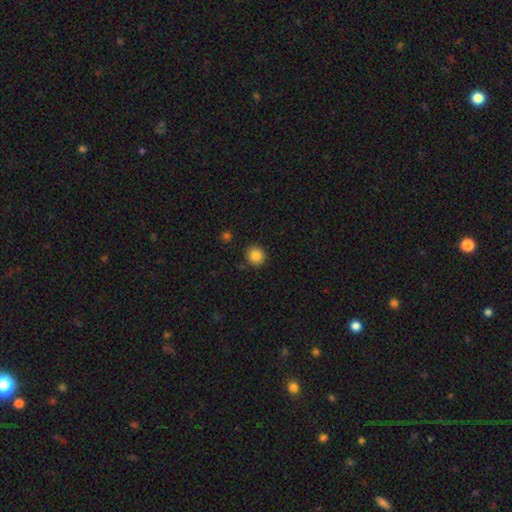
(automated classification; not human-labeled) Smooth or featured: smooth — 85% (star or artifact — 10%)
How rounded: round — 91% (in between — 8%)
Merging: none — 89% (minor disturbance — 7%)